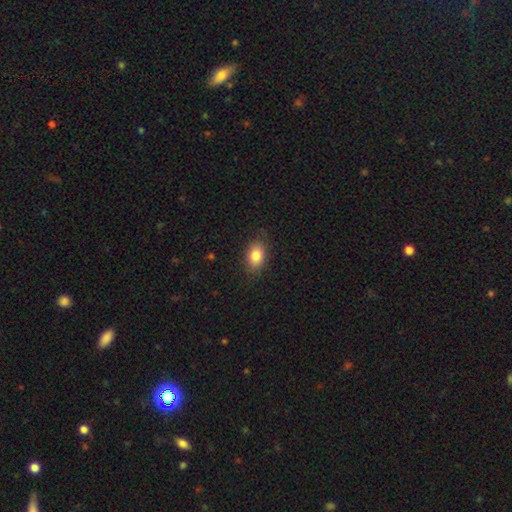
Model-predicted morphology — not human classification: The model was most divided on "how rounded": in between: 83%, round: 15%, cigar-shaped: 2%. More confident: smooth or featured — smooth (83%); merging — none (82%).